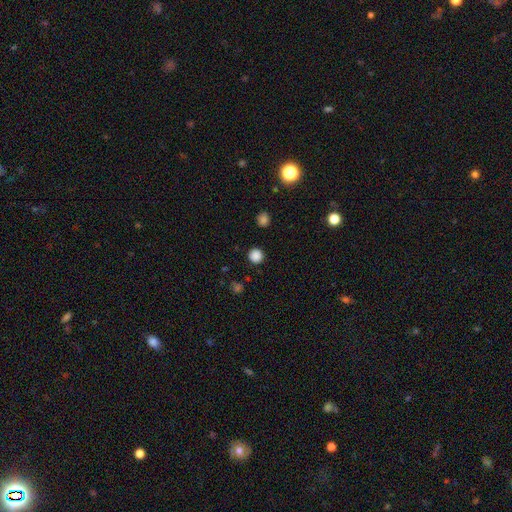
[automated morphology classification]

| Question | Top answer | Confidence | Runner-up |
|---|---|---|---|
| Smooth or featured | smooth | 84% | star or artifact (13%) |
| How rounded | round | 95% | in between (4%) |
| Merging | none | 91% | minor disturbance (6%) |